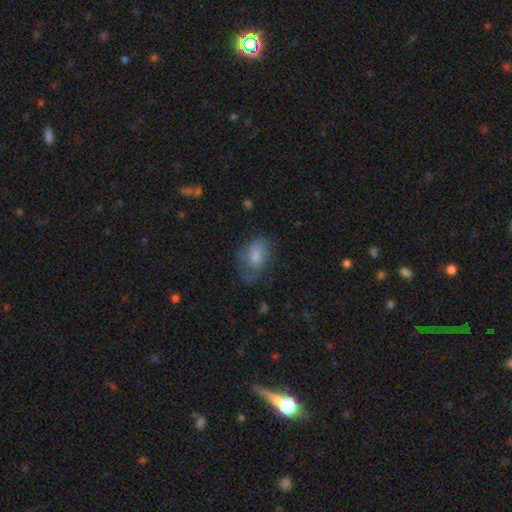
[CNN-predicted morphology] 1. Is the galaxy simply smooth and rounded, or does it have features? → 62% smooth, 26% featured or disk, 12% star or artifact.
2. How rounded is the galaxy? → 83% in between, 15% round, 2% cigar-shaped.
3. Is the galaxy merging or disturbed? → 54% none, 27% minor disturbance, 17% major disturbance, 2% merger.